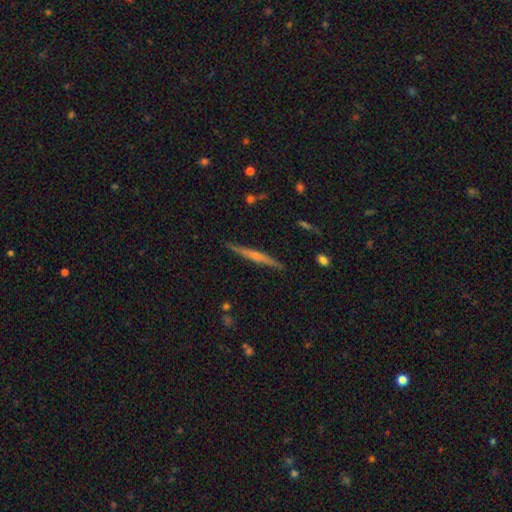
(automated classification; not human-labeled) Q: Smooth or featured?
A: featured or disk (66%); runner-up: smooth (28%)
Q: Edge-on disk?
A: yes (97%); runner-up: no (3%)
Q: Edge-on bulge?
A: rounded (58%); runner-up: none (33%)
Q: Merging?
A: none (90%); runner-up: minor disturbance (7%)